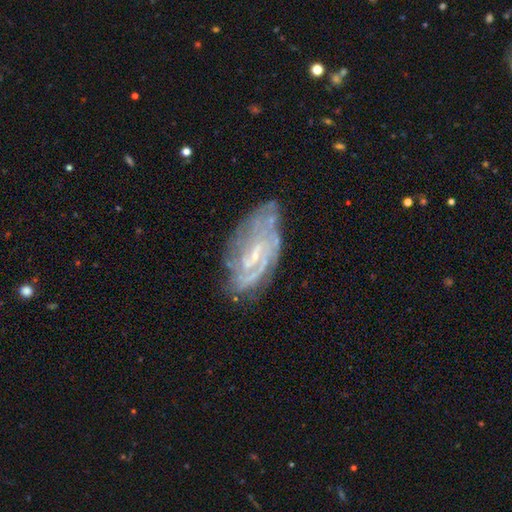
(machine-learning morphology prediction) Smooth or featured: featured or disk — 79% (smooth — 13%)
Edge-on disk: no — 94% (yes — 6%)
Bar: weak — 49% (no — 33%)
Spiral arms: yes — 85% (no — 15%)
Spiral winding: tight — 51% (medium — 35%)
Spiral arm count: can't tell — 44% (2 — 26%)
Bulge size: small — 68% (moderate — 18%)
Merging: none — 59% (minor disturbance — 24%)